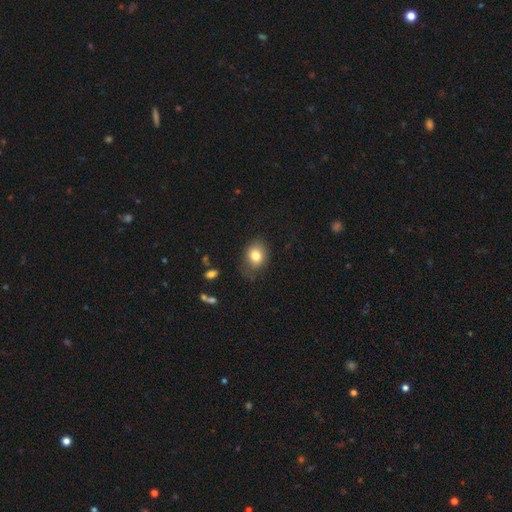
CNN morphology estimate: type=smooth (80%); roundness=in between (51%); merging=none (69%).